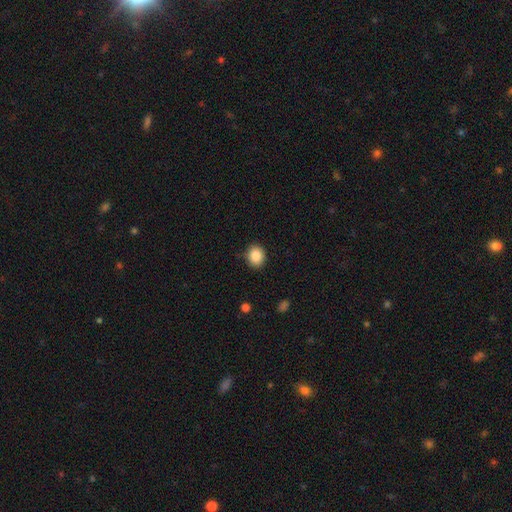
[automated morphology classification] Smooth or featured?
  - smooth: 87% *
  - star or artifact: 9%
  - featured or disk: 4%
How rounded?
  - round: 68% *
  - in between: 31%
  - cigar-shaped: 1%
Merging?
  - none: 85% *
  - minor disturbance: 11%
  - major disturbance: 2%
  - merger: 1%